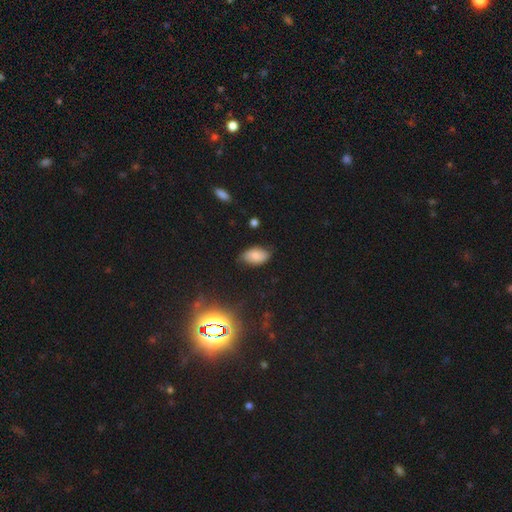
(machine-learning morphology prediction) Overall: smooth (73%). How rounded: in between (93%). Merging: none (73%).